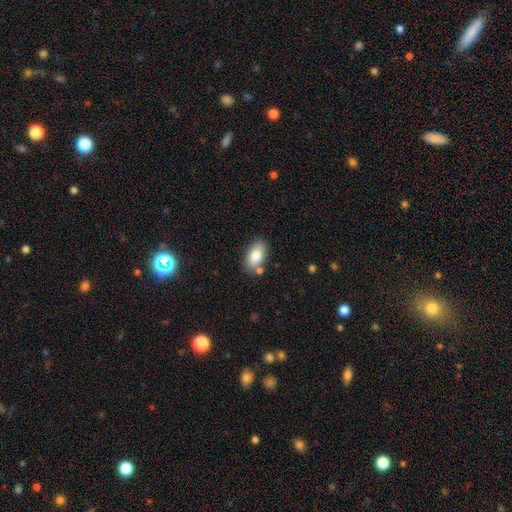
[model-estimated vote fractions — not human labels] Q: Smooth or featured?
A: smooth (81%); runner-up: featured or disk (12%)
Q: How rounded?
A: in between (92%); runner-up: round (5%)
Q: Merging?
A: none (75%); runner-up: minor disturbance (13%)